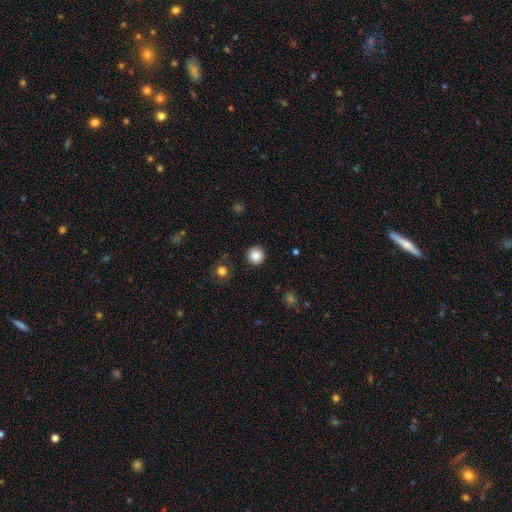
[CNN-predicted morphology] A smooth galaxy with no disk features (86%) that is round (94%).

Vote fractions:
- Smooth or featured? smooth: 86% / star or artifact: 10% / featured or disk: 4%
- How rounded? round: 94% / in between: 5% / cigar-shaped: 1%
- Merging? none: 92% / minor disturbance: 5% / major disturbance: 2% / merger: 1%